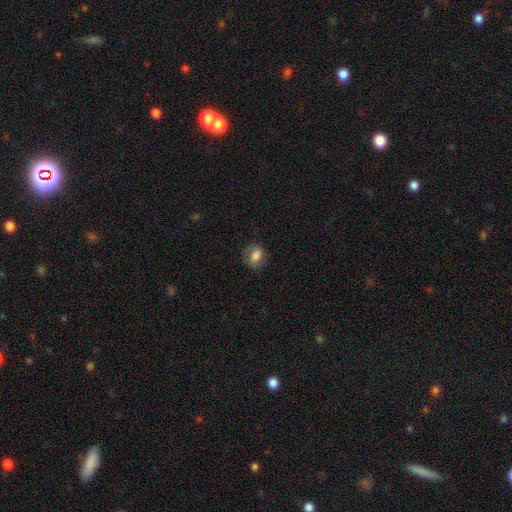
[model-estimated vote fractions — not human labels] Smooth or featured?
  - smooth: 75% *
  - featured or disk: 16%
  - star or artifact: 9%
How rounded?
  - round: 51% *
  - in between: 48%
  - cigar-shaped: 1%
Merging?
  - none: 66% *
  - minor disturbance: 22%
  - major disturbance: 11%
  - merger: 1%